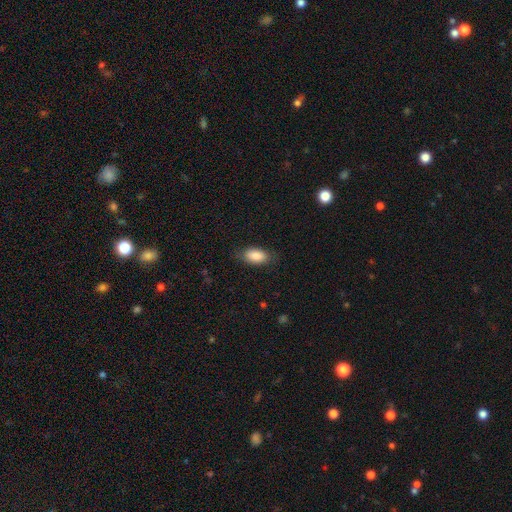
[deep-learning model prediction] The model was most divided on "merging": none: 80%, minor disturbance: 15%, major disturbance: 4%, merger: 1%. More confident: how rounded — in between (91%); smooth or featured — smooth (85%).